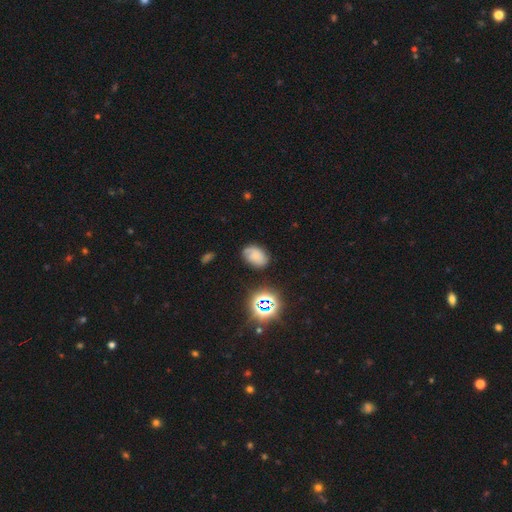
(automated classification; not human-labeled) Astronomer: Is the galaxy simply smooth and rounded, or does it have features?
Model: smooth — 51% (runner-up: featured or disk, 31%).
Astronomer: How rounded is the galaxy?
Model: in between — 81%.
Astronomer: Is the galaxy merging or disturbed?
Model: none — 68%.